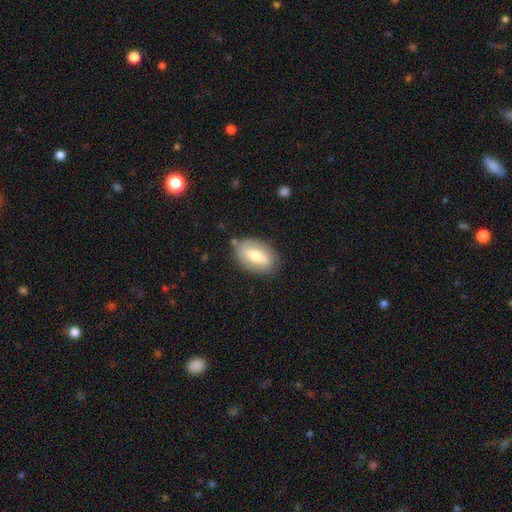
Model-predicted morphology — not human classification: Smooth or featured: smooth — 58% (featured or disk — 35%)
How rounded: in between — 89% (round — 8%)
Merging: none — 80% (minor disturbance — 14%)